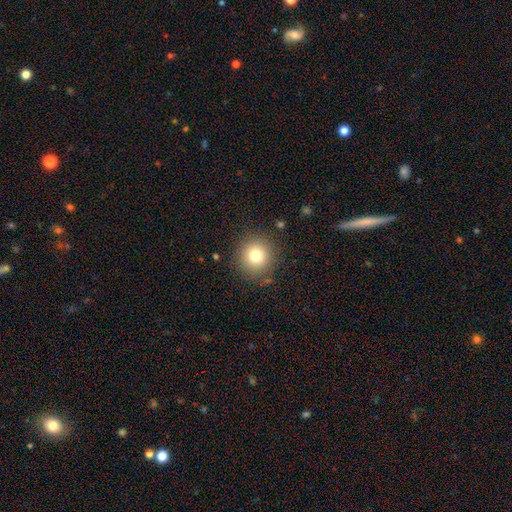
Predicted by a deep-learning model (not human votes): Smooth or featured: smooth — 78% (star or artifact — 13%)
How rounded: round — 93% (in between — 6%)
Merging: none — 88% (minor disturbance — 8%)